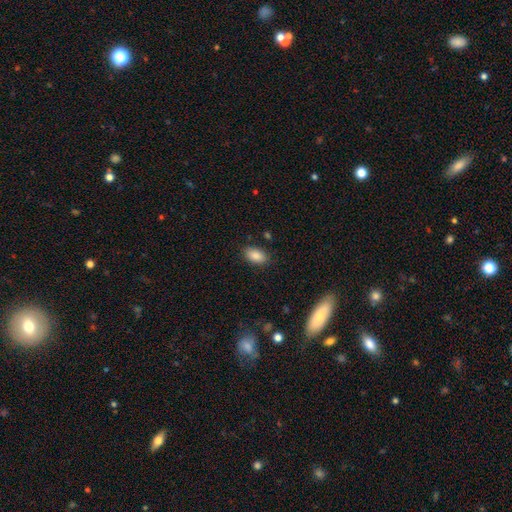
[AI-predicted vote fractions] This appears to be a smooth galaxy with no disk features (87%) that is in between round and cigar-shaped (92%). Merging: none (85%).